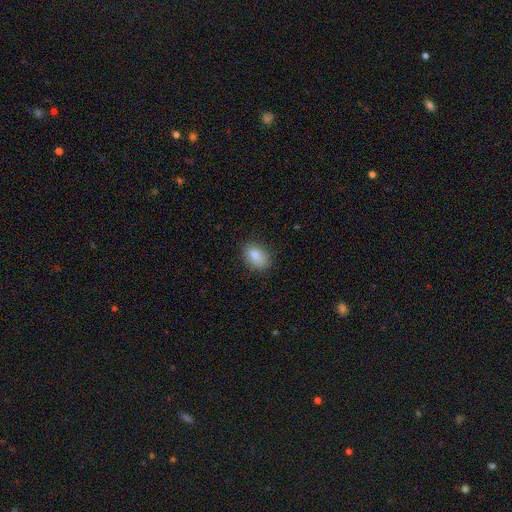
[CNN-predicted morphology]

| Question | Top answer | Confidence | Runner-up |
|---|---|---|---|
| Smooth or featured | smooth | 84% | star or artifact (8%) |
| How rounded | in between | 81% | round (18%) |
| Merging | none | 82% | minor disturbance (14%) |